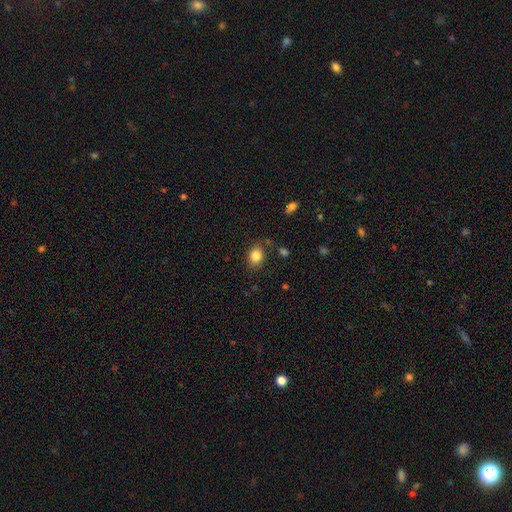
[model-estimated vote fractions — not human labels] A smooth galaxy with no disk features (84%) that is in between round and cigar-shaped (56%).

Vote fractions:
- Smooth or featured? smooth: 84% / star or artifact: 10% / featured or disk: 6%
- How rounded? in between: 56% / round: 43% / cigar-shaped: 1%
- Merging? none: 80% / minor disturbance: 14% / major disturbance: 4% / merger: 3%